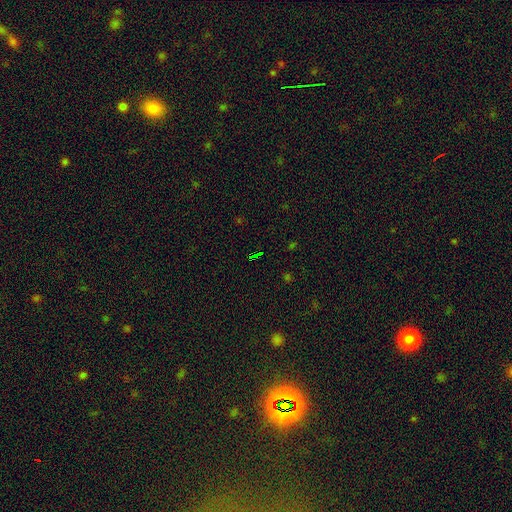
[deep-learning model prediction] Smooth or featured? Predicted: star or artifact (p=0.71).